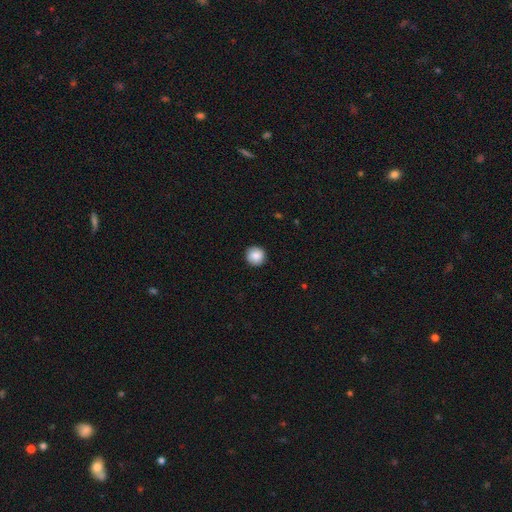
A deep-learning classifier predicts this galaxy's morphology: Smooth or featured? Predicted: smooth (p=0.86). How rounded? Predicted: round (p=0.94). Merging? Predicted: none (p=0.91).